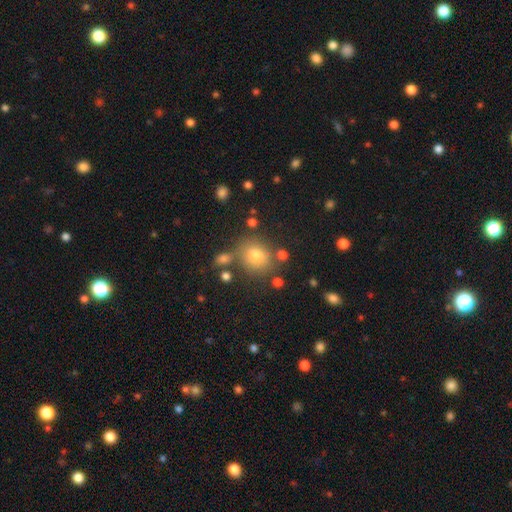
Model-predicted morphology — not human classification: type=smooth (75%); roundness=round (69%); merging=none (74%).